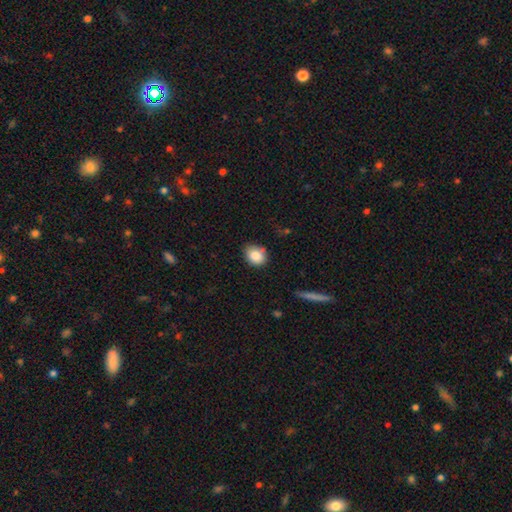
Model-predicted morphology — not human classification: type=smooth (85%); roundness=round (61%); merging=none (76%).